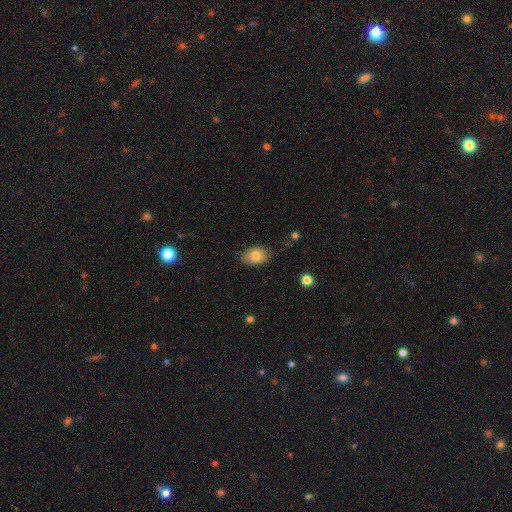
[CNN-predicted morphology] A smooth galaxy with no disk features (80%) that is in between round and cigar-shaped (89%). Merging: none (81%).